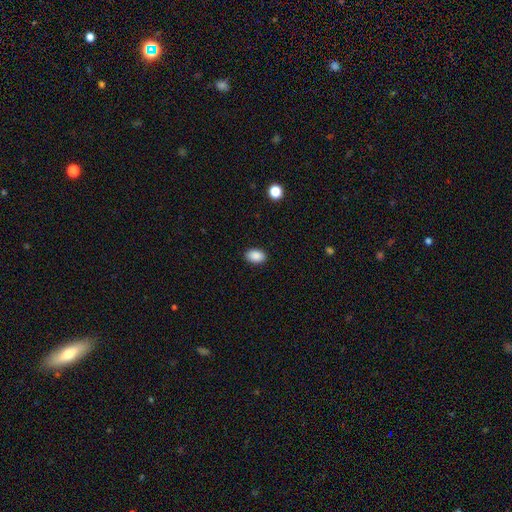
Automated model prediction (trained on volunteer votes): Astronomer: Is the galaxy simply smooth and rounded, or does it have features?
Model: smooth — 89%.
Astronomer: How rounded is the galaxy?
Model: in between — 86%.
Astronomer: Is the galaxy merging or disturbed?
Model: none — 90%.